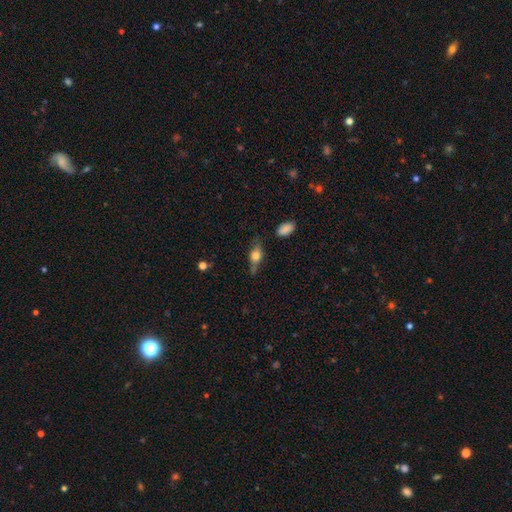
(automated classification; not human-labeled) smooth 63%, featured or disk 28%, star or artifact 9%. Down the decision tree: how rounded — in between (70%); merging — none (57%).